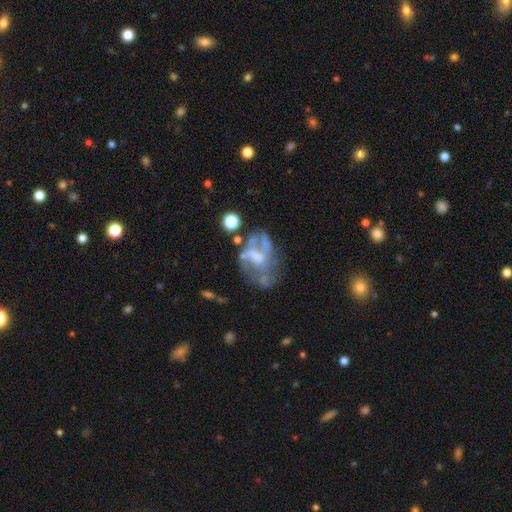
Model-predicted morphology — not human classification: This appears to be a featured or disk galaxy (67%) with no bar (51%), no spiral arms (58%) and no central bulge (37%). Merging: none (39%).